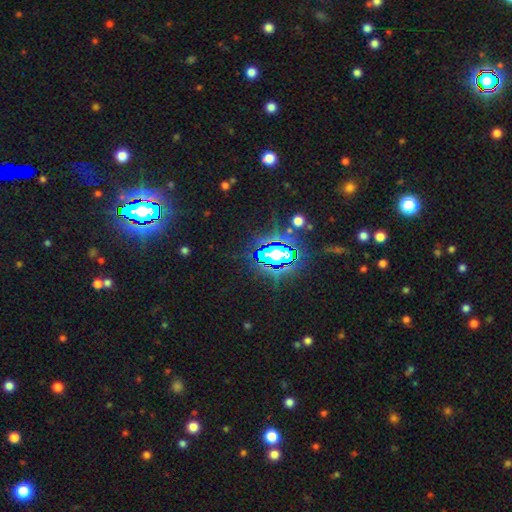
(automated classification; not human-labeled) smooth-or-featured: star or artifact: 81% | smooth: 11% | featured or disk: 8%